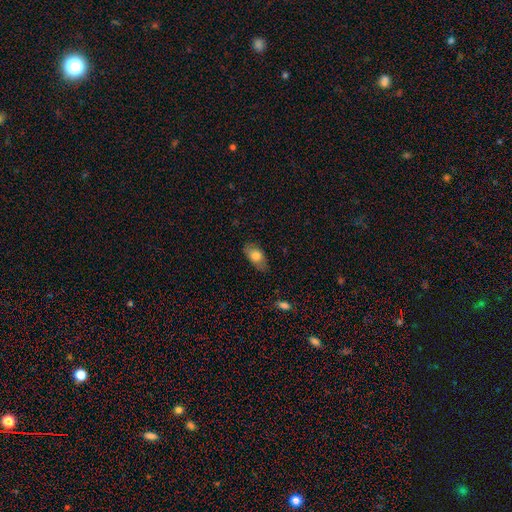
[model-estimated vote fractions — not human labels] Smooth or featured? Predicted: smooth (p=0.75). How rounded? Predicted: in between (p=0.89). Merging? Predicted: none (p=0.77).